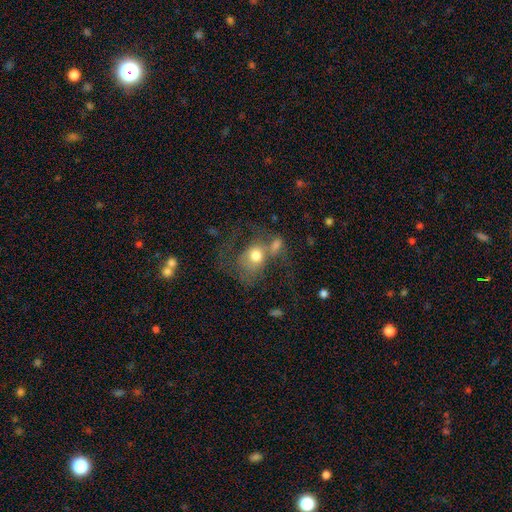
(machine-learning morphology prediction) smooth-or-featured: smooth: 57% | featured or disk: 33% | star or artifact: 10%
  how-rounded: round: 53% | in between: 46% | cigar-shaped: 2%
  merging: merger: 41% | major disturbance: 25% | none: 22% | minor disturbance: 13%